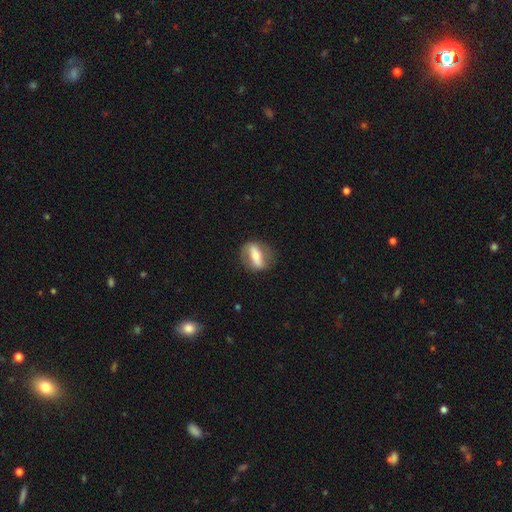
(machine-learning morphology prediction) Overall: featured or disk (61%; smooth 33%). Edge-on disk: no (71%). Merging: none (80%).